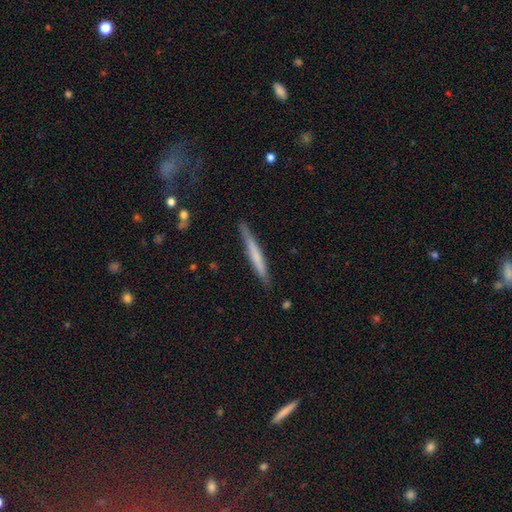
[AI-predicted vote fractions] Morphology: type=smooth (58%); roundness=cigar-shaped (96%); merging=none (86%).